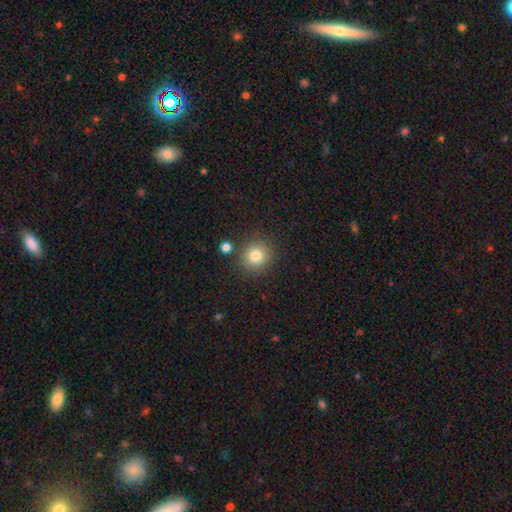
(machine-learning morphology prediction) smooth_or_featured: smooth (p=0.81) [alt: star or artifact p=0.12]
how_rounded: round (p=0.88) [alt: in between p=0.11]
merging: none (p=0.85) [alt: minor disturbance p=0.08]